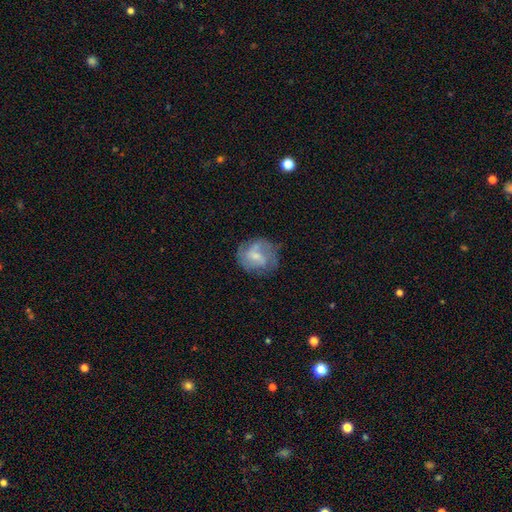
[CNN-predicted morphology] Smooth or featured? featured or disk (54%)
Edge-on disk? no (97%)
Bar? weak (49%)
Spiral arms? yes (72%)
Bulge size? small (51%)
Merging? none (58%)